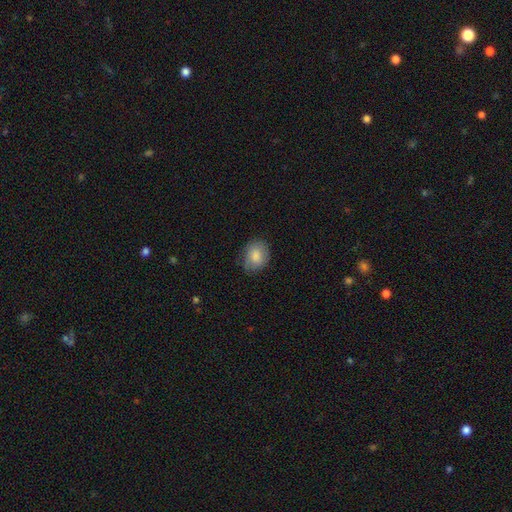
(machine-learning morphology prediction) A smooth galaxy with no disk features (82%) that is in between round and cigar-shaped (59%). Merging: none (74%).